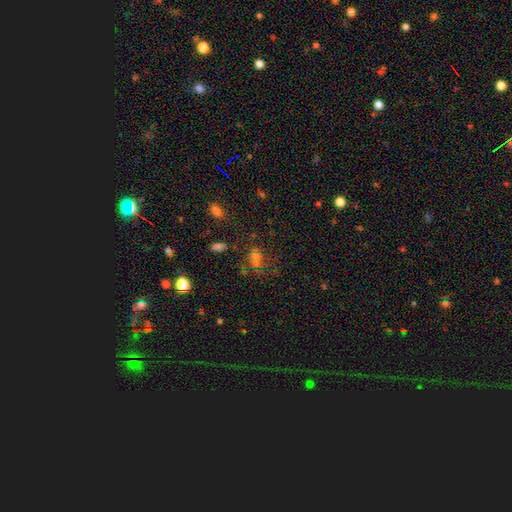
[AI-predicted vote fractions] Morphology: type=smooth (52%); roundness=round (73%); merging=none (47%).